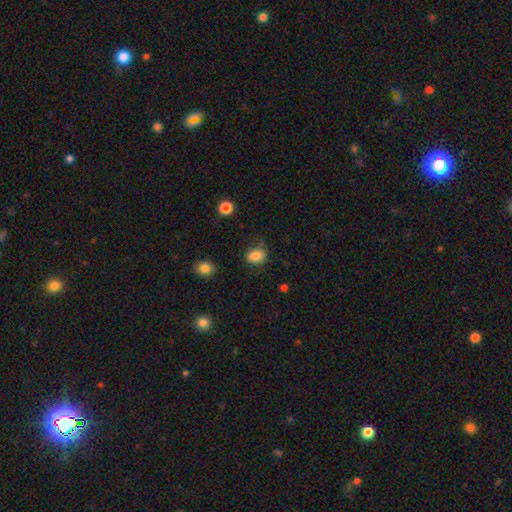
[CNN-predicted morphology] A smooth galaxy with no disk features (85%) that is in between round and cigar-shaped (56%). Merging: none (76%).